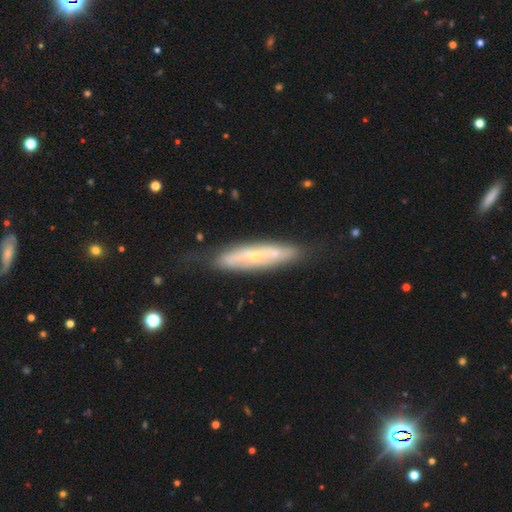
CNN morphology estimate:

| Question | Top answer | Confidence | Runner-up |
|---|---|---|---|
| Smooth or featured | featured or disk | 68% | smooth (26%) |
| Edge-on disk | no | 53% | yes (47%) |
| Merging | none | 70% | minor disturbance (21%) |